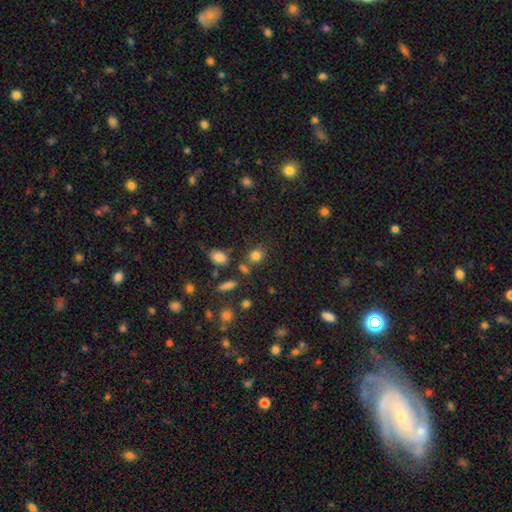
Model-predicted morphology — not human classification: Smooth or featured? Predicted: smooth (p=0.79). How rounded? Predicted: round (p=0.63). Merging? Predicted: none (p=0.68).